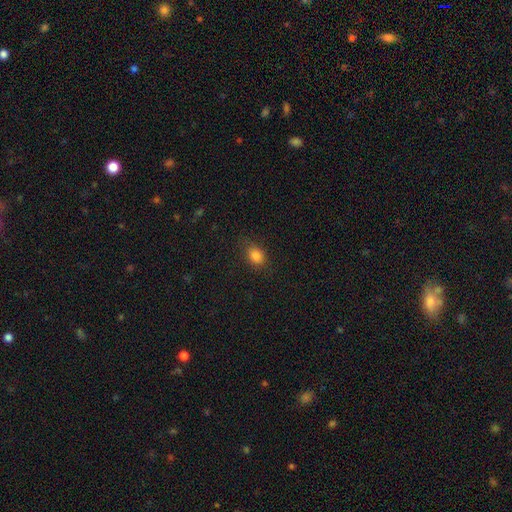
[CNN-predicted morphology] Smooth or featured? Predicted: smooth (p=0.84). How rounded? Predicted: in between (p=0.63). Merging? Predicted: none (p=0.79).